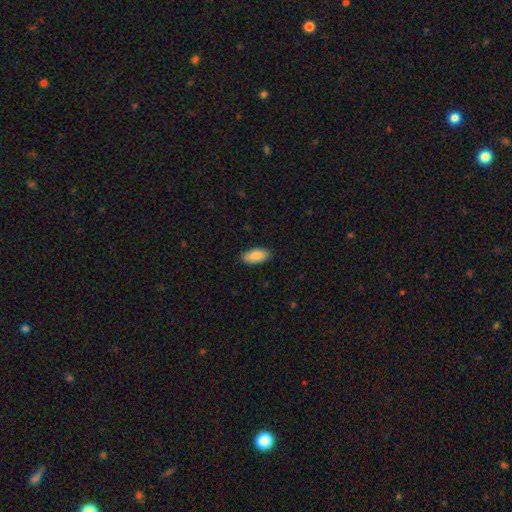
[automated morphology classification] This appears to be a smooth galaxy with no disk features (88%) that is in between round and cigar-shaped (90%). Merging: none (87%).